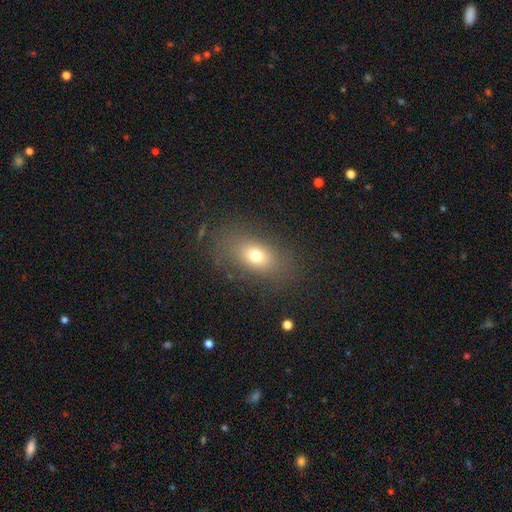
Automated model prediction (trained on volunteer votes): This appears to be a smooth galaxy with no disk features (71%) that is in between round and cigar-shaped (76%). Merging: none (81%).